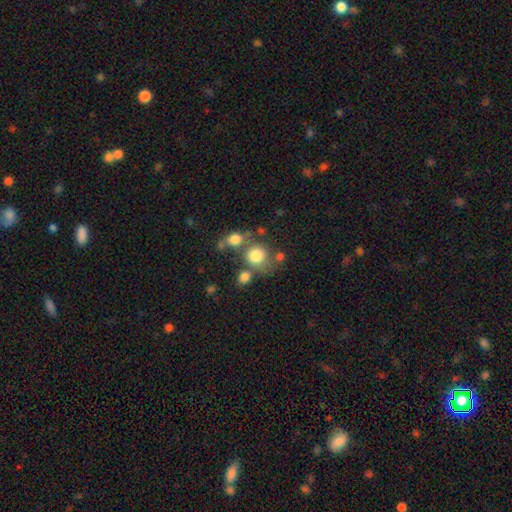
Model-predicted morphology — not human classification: Smooth or featured?
  - smooth: 78% *
  - star or artifact: 11%
  - featured or disk: 11%
How rounded?
  - round: 80% *
  - in between: 19%
  - cigar-shaped: 1%
Merging?
  - none: 49% *
  - merger: 30%
  - minor disturbance: 13%
  - major disturbance: 8%